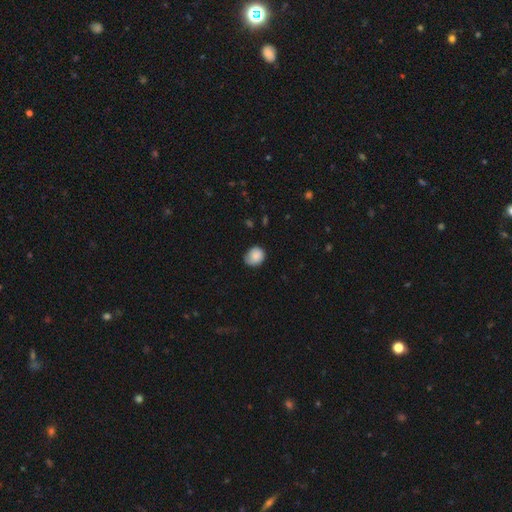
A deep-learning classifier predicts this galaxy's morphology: smooth-or-featured: smooth: 84% | featured or disk: 8% | star or artifact: 7%
  how-rounded: round: 70% | in between: 29% | cigar-shaped: 1%
  merging: none: 62% | minor disturbance: 30% | major disturbance: 6% | merger: 1%